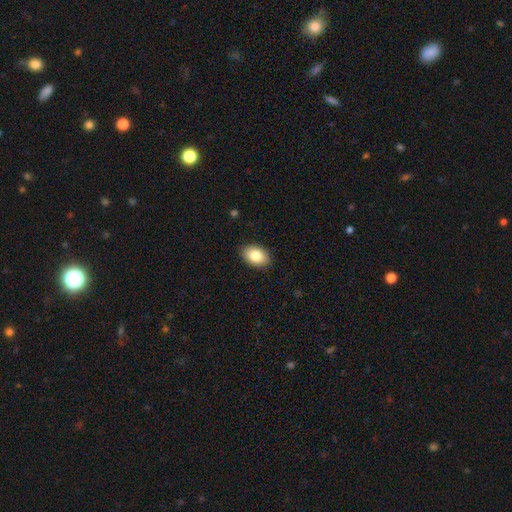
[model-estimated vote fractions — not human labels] This is clearly a smooth galaxy (85%). How rounded: clearly in between (89%). Merging: clearly none (88%).